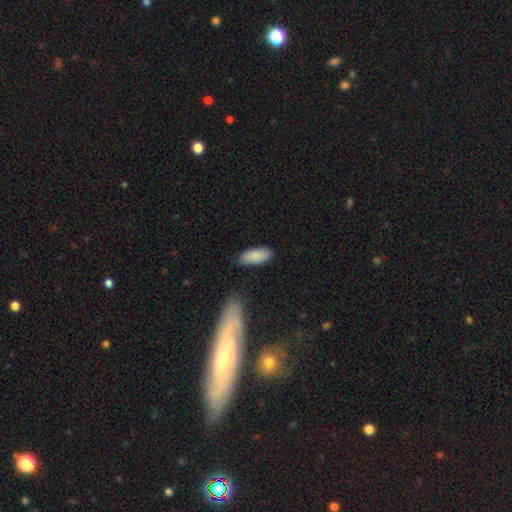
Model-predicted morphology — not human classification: type=smooth (87%); roundness=in between (81%); merging=none (75%).